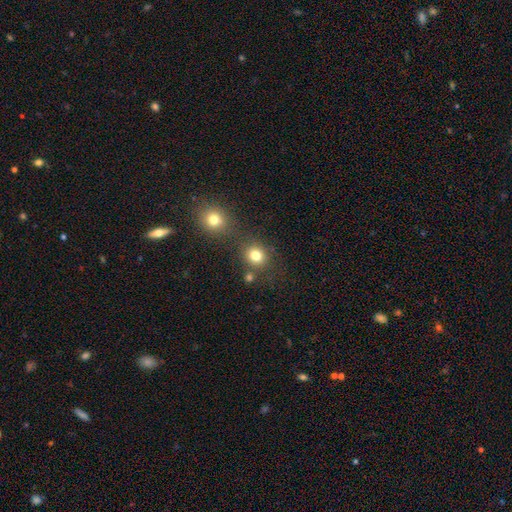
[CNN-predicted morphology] Smooth or featured: smooth — 79% (star or artifact — 15%)
How rounded: round — 83% (in between — 16%)
Merging: none — 69% (merger — 18%)